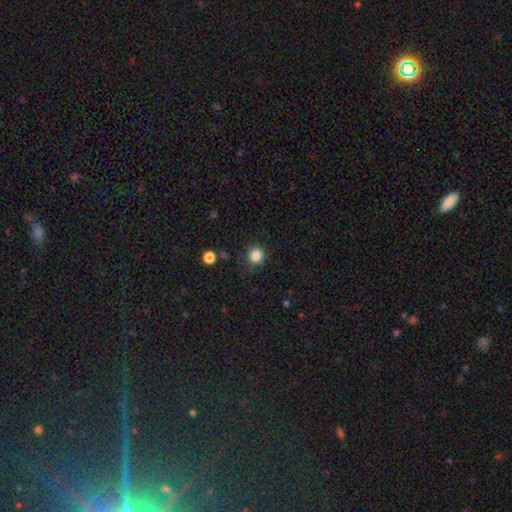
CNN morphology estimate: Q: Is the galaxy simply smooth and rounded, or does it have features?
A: smooth — 84%.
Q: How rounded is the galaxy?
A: round — 92%.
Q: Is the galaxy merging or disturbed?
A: none — 84%.